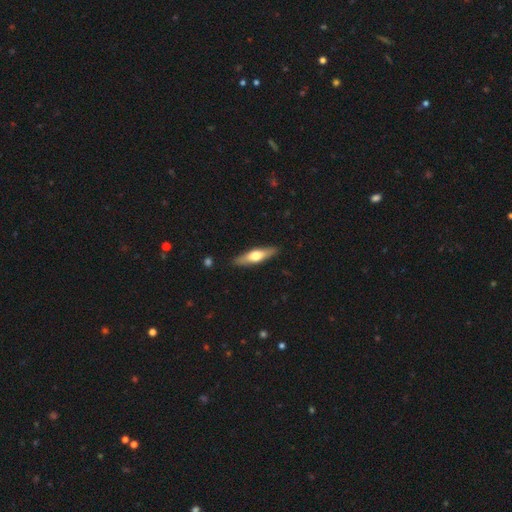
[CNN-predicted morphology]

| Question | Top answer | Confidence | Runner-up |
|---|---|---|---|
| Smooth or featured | featured or disk | 49% | smooth (46%) |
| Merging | none | 89% | minor disturbance (8%) |